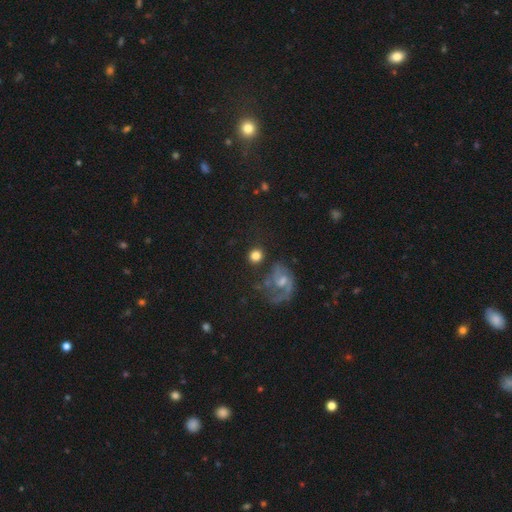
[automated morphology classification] Smooth or featured?
  - smooth: 76% *
  - featured or disk: 15%
  - star or artifact: 9%
How rounded?
  - round: 88% *
  - in between: 11%
  - cigar-shaped: 1%
Merging?
  - none: 74% *
  - minor disturbance: 11%
  - merger: 8%
  - major disturbance: 7%